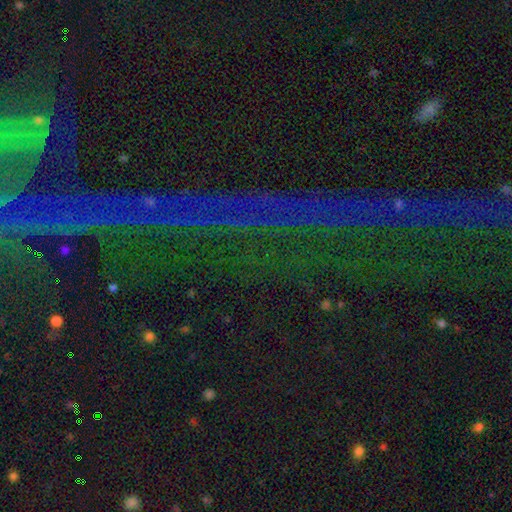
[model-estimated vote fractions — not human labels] Smooth or featured?
  - star or artifact: 78% *
  - featured or disk: 13%
  - smooth: 9%